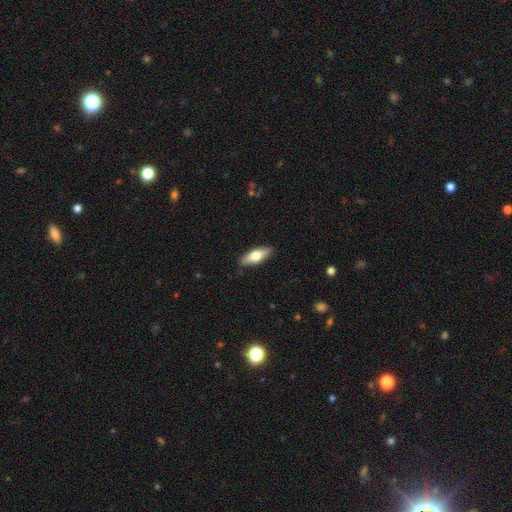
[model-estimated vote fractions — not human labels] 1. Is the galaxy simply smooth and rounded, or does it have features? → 62% smooth, 32% featured or disk, 6% star or artifact.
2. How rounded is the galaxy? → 65% in between, 32% cigar-shaped, 3% round.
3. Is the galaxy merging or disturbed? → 87% none, 10% minor disturbance, 2% major disturbance, 1% merger.